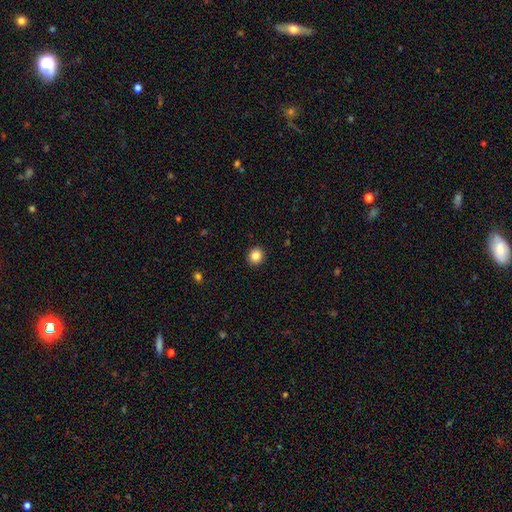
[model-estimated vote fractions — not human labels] A smooth galaxy with no disk features (85%) that is round (89%). Merging: none (92%).